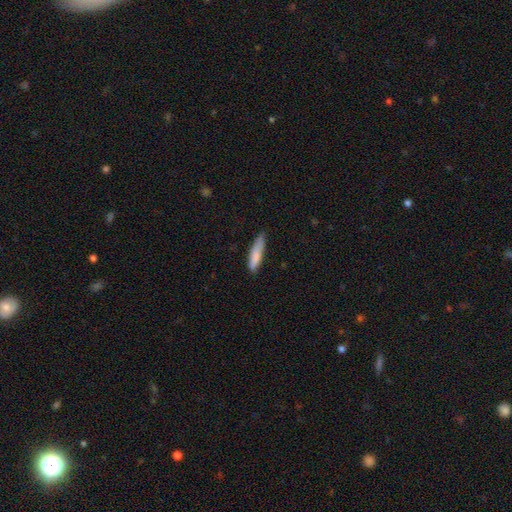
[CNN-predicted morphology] Smooth or featured? Predicted: smooth (p=0.82). How rounded? Predicted: cigar-shaped (p=0.78). Merging? Predicted: none (p=0.70).